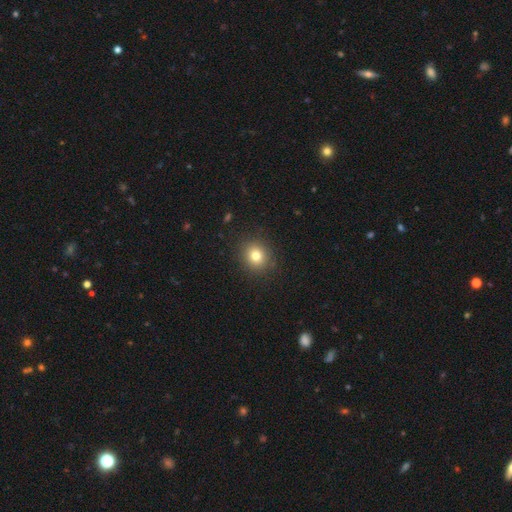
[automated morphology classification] This appears to be a smooth galaxy with no disk features (79%) that is round (77%). Merging: none (89%).